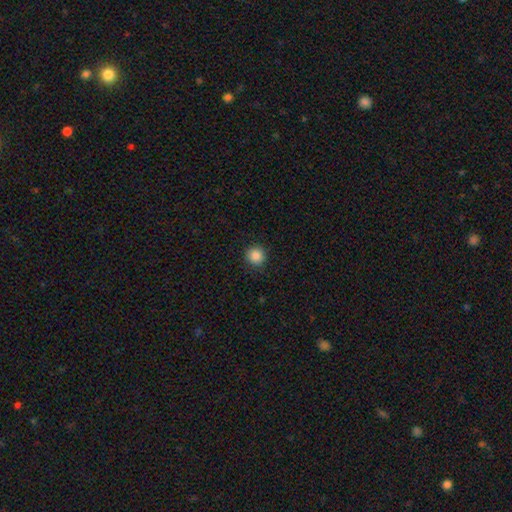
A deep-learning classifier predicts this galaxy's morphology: type=smooth (85%); roundness=round (94%); merging=none (91%).